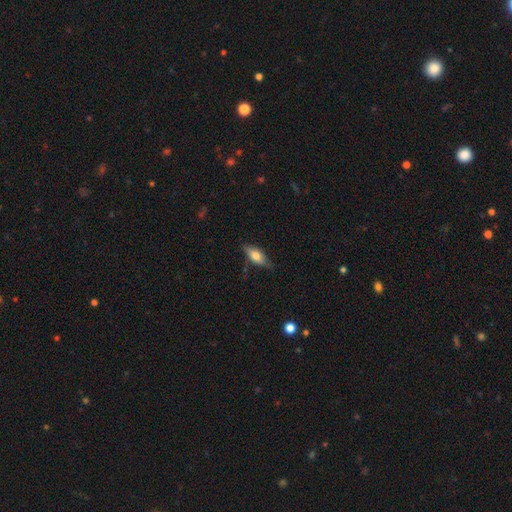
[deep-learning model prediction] smooth 61%, featured or disk 32%, star or artifact 7%. Down the decision tree: how rounded — in between (72%); merging — none (75%).